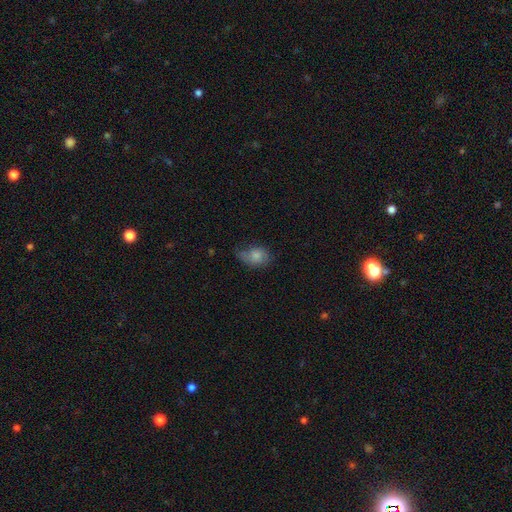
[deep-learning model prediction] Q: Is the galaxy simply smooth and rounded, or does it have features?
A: smooth — 69%.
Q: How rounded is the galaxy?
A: in between — 71%.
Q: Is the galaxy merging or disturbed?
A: none — 46%.